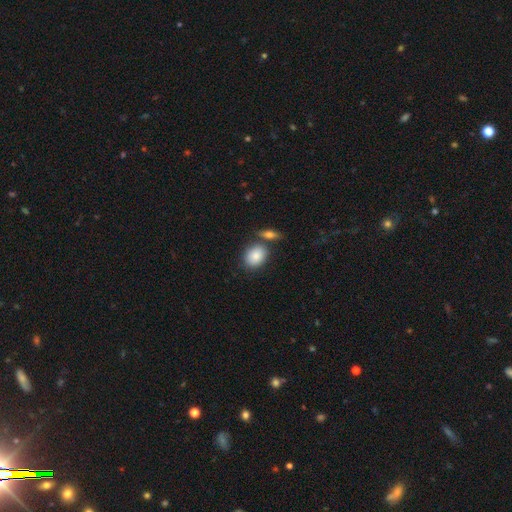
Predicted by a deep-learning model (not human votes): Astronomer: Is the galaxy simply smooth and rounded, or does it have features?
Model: smooth — 85%.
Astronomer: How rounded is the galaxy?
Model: in between — 60% (runner-up: round, 39%).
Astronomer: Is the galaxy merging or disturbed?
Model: none — 65%.